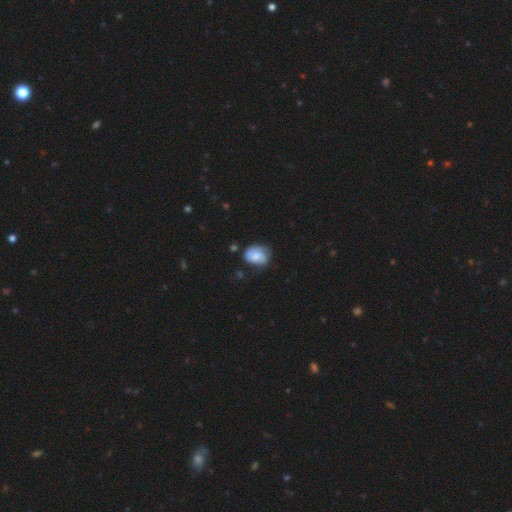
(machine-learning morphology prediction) Smooth or featured? Predicted: smooth (p=0.70). How rounded? Predicted: in between (p=0.55). Merging? Predicted: none (p=0.51).